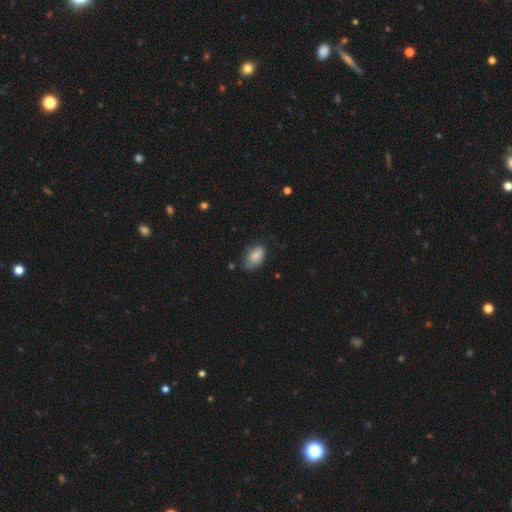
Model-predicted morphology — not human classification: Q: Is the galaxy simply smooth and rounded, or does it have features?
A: smooth — 83%.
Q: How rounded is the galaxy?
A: in between — 90%.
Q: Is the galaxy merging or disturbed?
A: none — 60%.